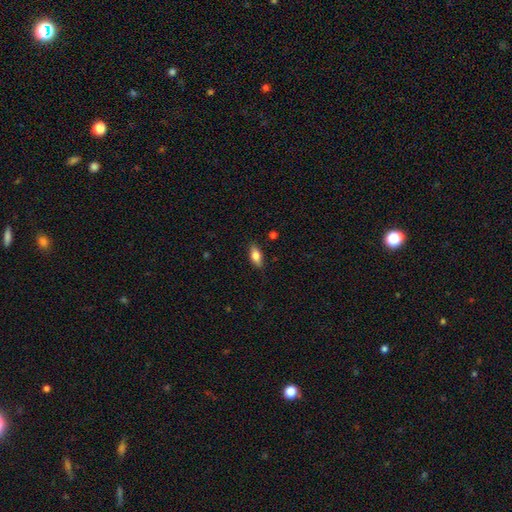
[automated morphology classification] Smooth or featured? smooth (76%)
How rounded? in between (84%)
Merging? none (85%)